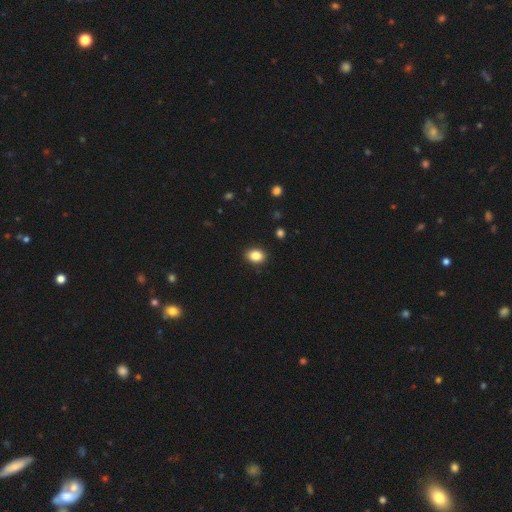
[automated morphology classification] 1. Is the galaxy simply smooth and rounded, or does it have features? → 87% smooth, 9% star or artifact, 5% featured or disk.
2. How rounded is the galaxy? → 69% in between, 30% round, 1% cigar-shaped.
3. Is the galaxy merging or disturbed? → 89% none, 8% minor disturbance, 2% major disturbance, 1% merger.